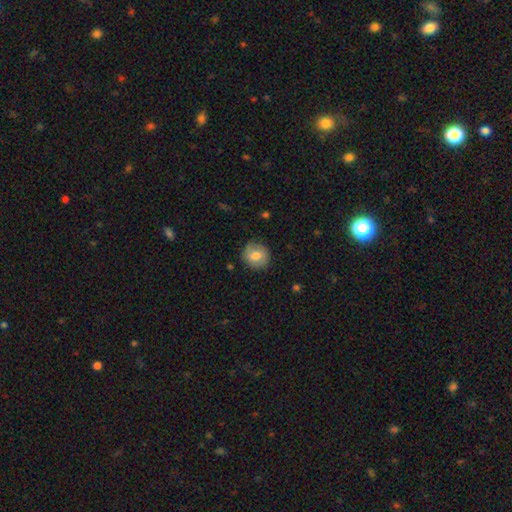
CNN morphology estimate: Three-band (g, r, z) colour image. It shows a smooth galaxy with no disk features (75%) that is round (84%). Merging: none (85%).